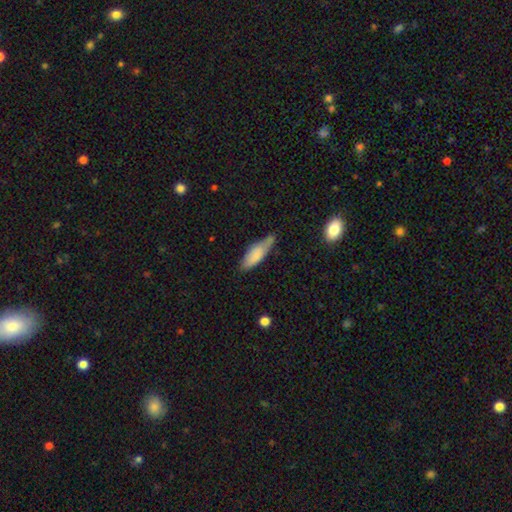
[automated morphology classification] Smooth or featured? smooth (74%)
How rounded? in between (57%)
Merging? none (54%)